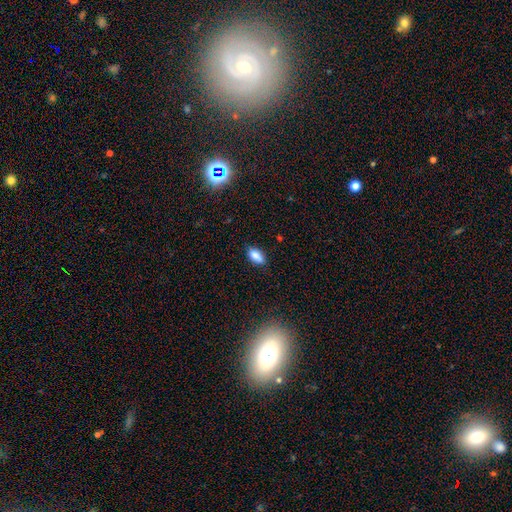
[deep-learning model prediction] smooth-or-featured: smooth: 84% | star or artifact: 9% | featured or disk: 7%
  how-rounded: in between: 88% | cigar-shaped: 8% | round: 4%
  merging: none: 77% | minor disturbance: 18% | major disturbance: 3% | merger: 2%